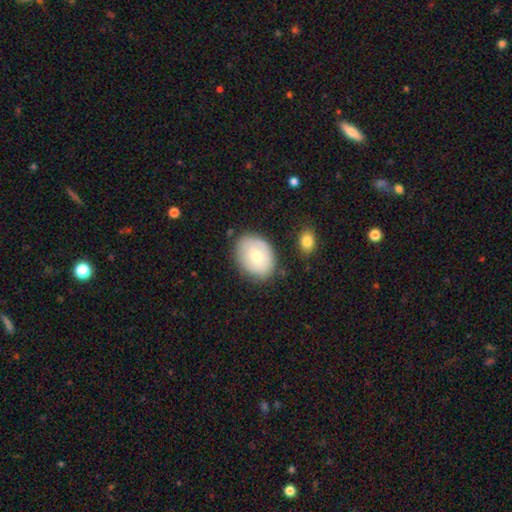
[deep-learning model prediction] Smooth or featured: smooth — 66% (featured or disk — 28%)
How rounded: in between — 62% (round — 37%)
Merging: none — 75% (minor disturbance — 18%)